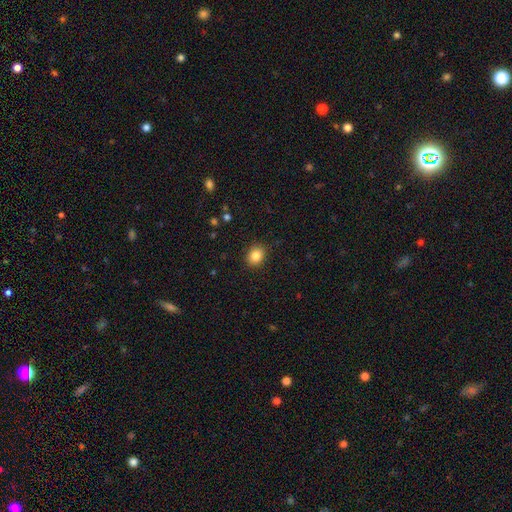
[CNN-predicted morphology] This appears to be a smooth galaxy with no disk features (86%) that is round (58%). Merging: none (88%).